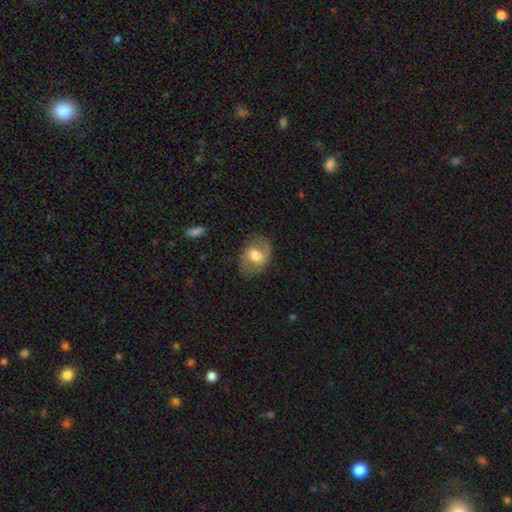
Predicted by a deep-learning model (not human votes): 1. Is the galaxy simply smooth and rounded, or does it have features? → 57% featured or disk, 36% smooth, 7% star or artifact.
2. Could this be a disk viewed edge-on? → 95% no, 5% yes.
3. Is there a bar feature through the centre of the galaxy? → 47% weak, 32% no, 21% strong.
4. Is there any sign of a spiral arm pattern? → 74% yes, 26% no.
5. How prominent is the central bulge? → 62% moderate, 22% large, 12% small, 2% none, 2% dominant.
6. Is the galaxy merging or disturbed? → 78% none, 15% minor disturbance, 6% major disturbance, 1% merger.